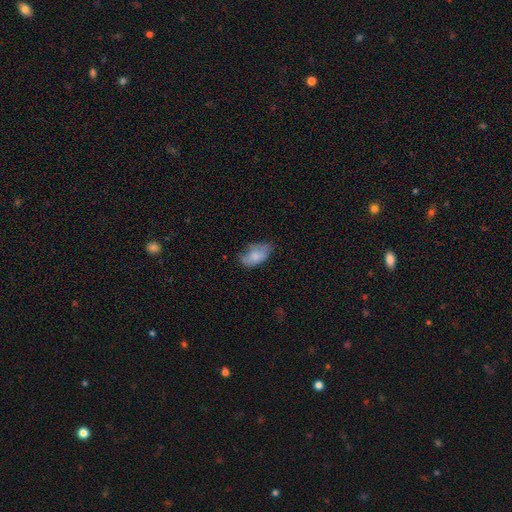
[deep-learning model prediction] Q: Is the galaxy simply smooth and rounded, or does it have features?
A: smooth — 74%.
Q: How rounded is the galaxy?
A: in between — 93%.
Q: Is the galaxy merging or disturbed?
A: none — 49%.